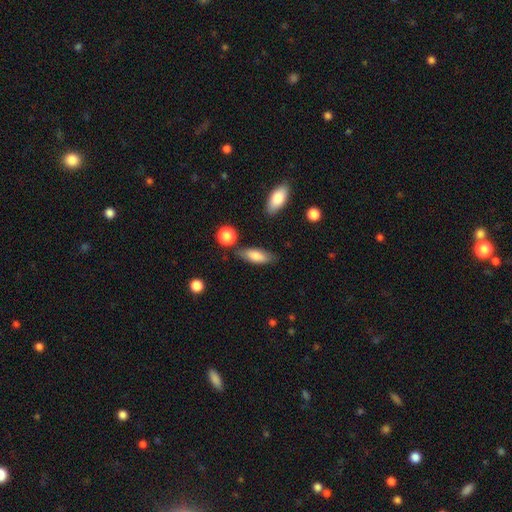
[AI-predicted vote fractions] This is likely a smooth galaxy (76%). How rounded: likely in between (67%). Merging: likely none (77%).